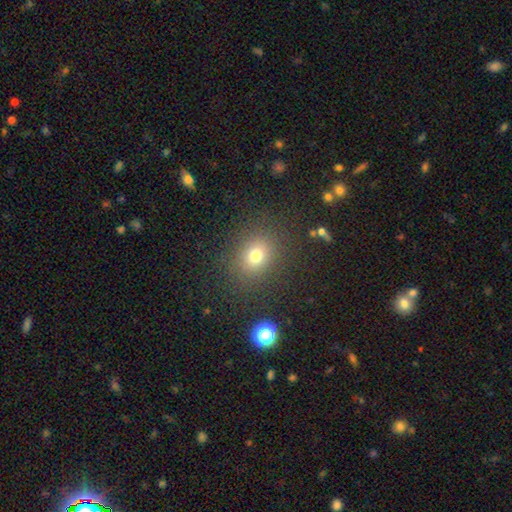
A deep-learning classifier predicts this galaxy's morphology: Smooth or featured? smooth (74%)
How rounded? round (59%)
Merging? none (85%)